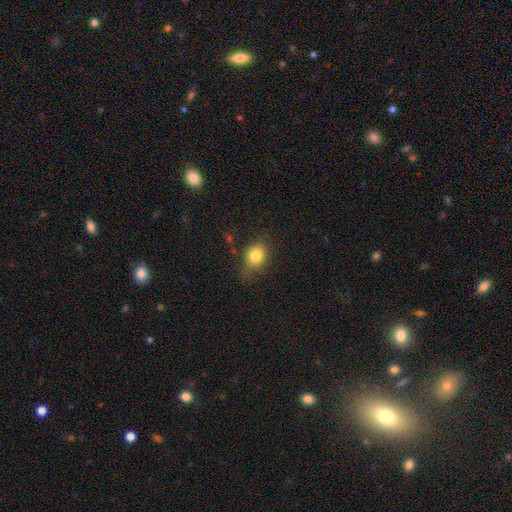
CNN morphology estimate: Overall: smooth (80%). How rounded: round (50%; in between 49%). Merging: none (63%; minor disturbance 26%).